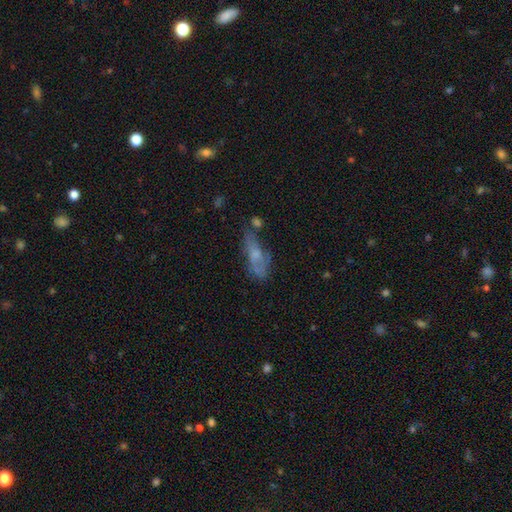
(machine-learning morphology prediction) Smooth or featured? smooth (44%, tied with featured or disk)
Merging? none (44%)